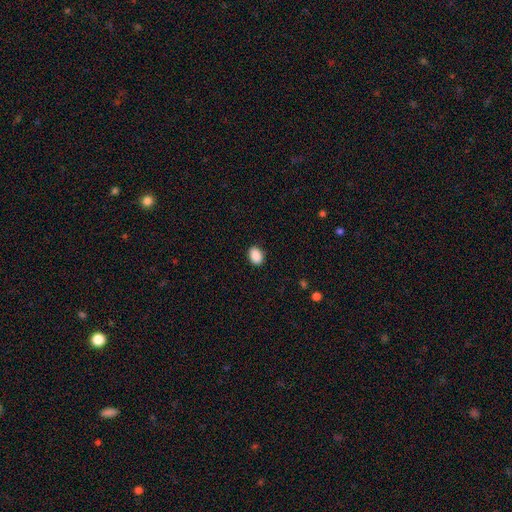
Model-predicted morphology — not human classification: smooth-or-featured: smooth: 90% | star or artifact: 8% | featured or disk: 3%
  how-rounded: in between: 71% | round: 28% | cigar-shaped: 1%
  merging: none: 89% | minor disturbance: 8% | major disturbance: 2% | merger: 1%